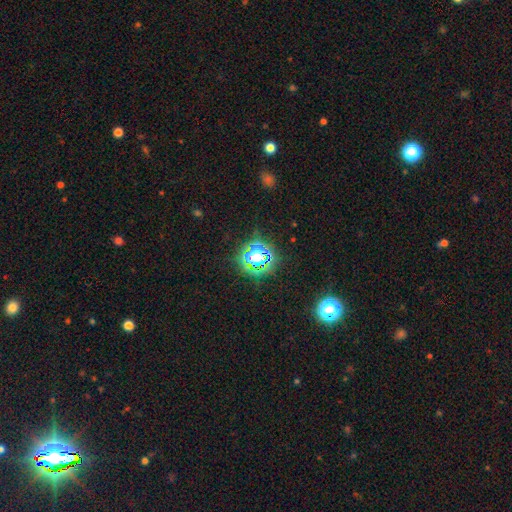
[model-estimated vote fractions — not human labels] This is likely a star or artifact rather than a galaxy (64%).